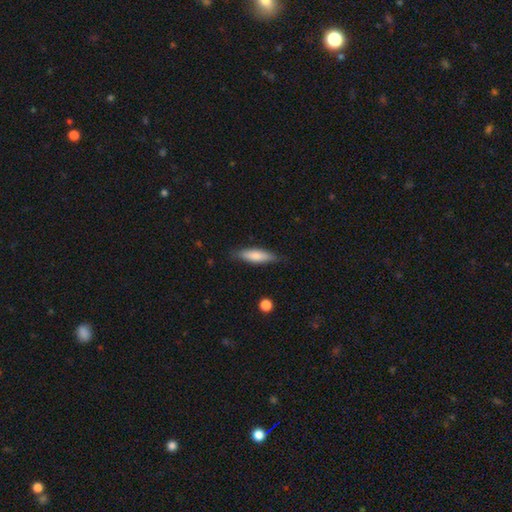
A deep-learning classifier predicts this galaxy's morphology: Smooth or featured? Predicted: smooth (p=0.76). How rounded? Predicted: cigar-shaped (p=0.66). Merging? Predicted: none (p=0.83).